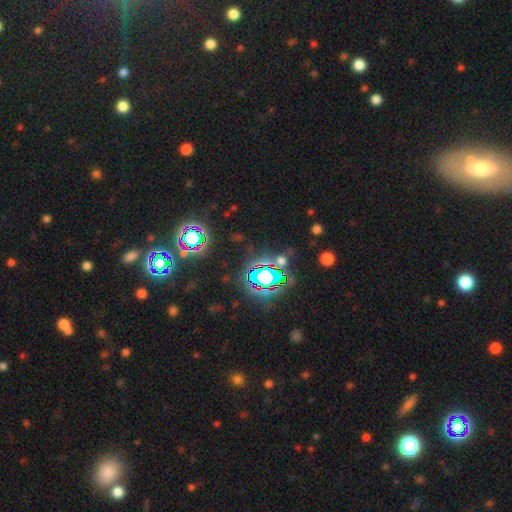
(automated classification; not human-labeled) A star or artifact, not a galaxy (76%).